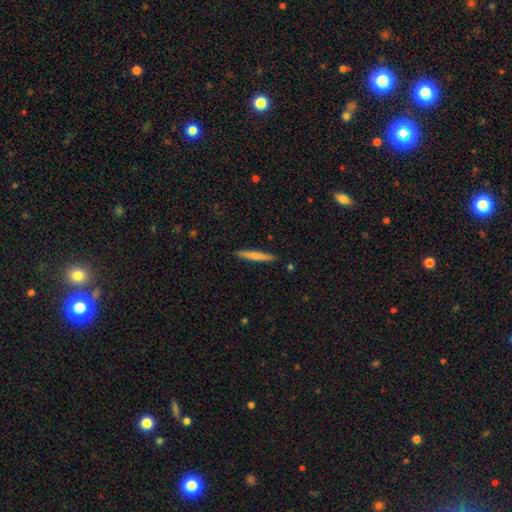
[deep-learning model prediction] smooth_or_featured: smooth (p=0.67) [alt: featured or disk p=0.28]
how_rounded: cigar-shaped (p=0.96) [alt: in between p=0.03]
merging: none (p=0.90) [alt: minor disturbance p=0.07]